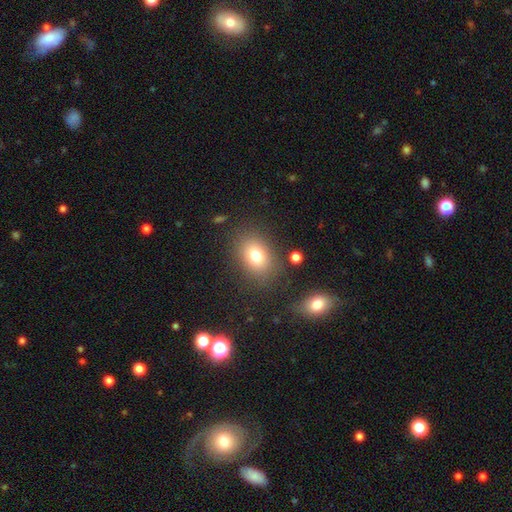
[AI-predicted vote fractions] smooth-or-featured: smooth: 77% | star or artifact: 12% | featured or disk: 11%
  how-rounded: in between: 69% | round: 30% | cigar-shaped: 1%
  merging: none: 81% | minor disturbance: 11% | major disturbance: 5% | merger: 3%